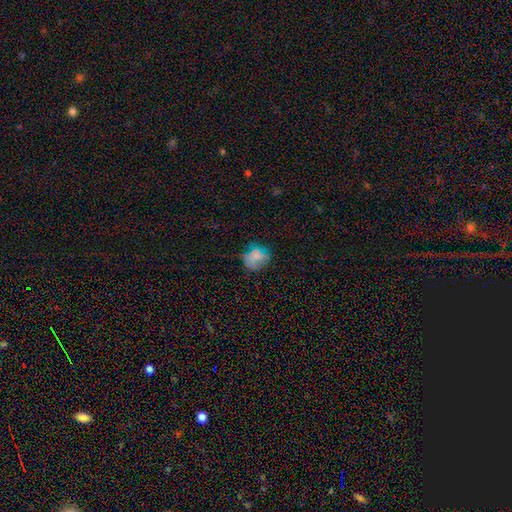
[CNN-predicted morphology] Smooth or featured? smooth (71%)
How rounded? round (63%)
Merging? none (52%)